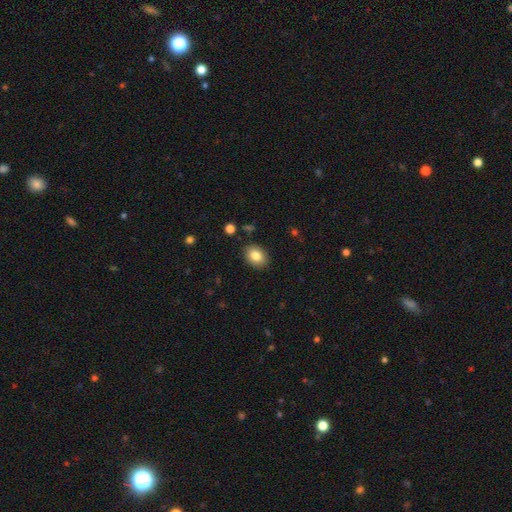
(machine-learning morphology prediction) This appears to be a smooth galaxy with no disk features (83%) that is in between round and cigar-shaped (65%). Merging: none (88%).